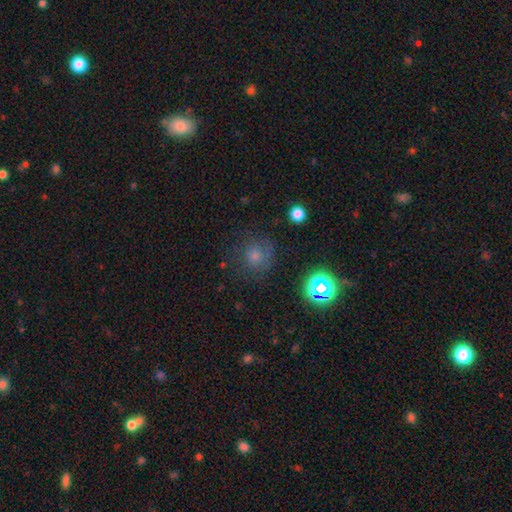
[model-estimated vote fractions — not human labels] Q: Smooth or featured?
A: smooth (62%); runner-up: star or artifact (25%)
Q: How rounded?
A: round (90%); runner-up: in between (9%)
Q: Merging?
A: none (72%); runner-up: minor disturbance (16%)